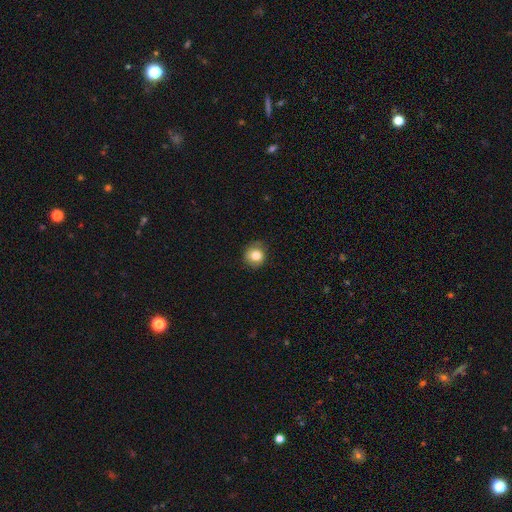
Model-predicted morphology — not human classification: A smooth galaxy with no disk features (82%) that is round (88%).

Vote fractions:
- Smooth or featured? smooth: 82% / star or artifact: 10% / featured or disk: 8%
- How rounded? round: 88% / in between: 11% / cigar-shaped: 1%
- Merging? none: 81% / minor disturbance: 14% / major disturbance: 3% / merger: 1%